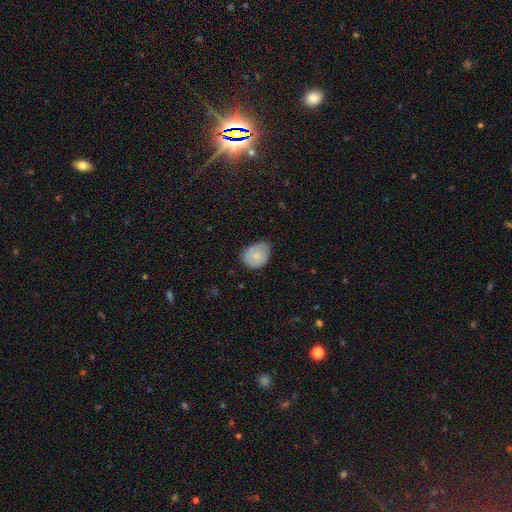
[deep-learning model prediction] Smooth or featured? smooth (76%)
How rounded? in between (58%)
Merging? none (53%)